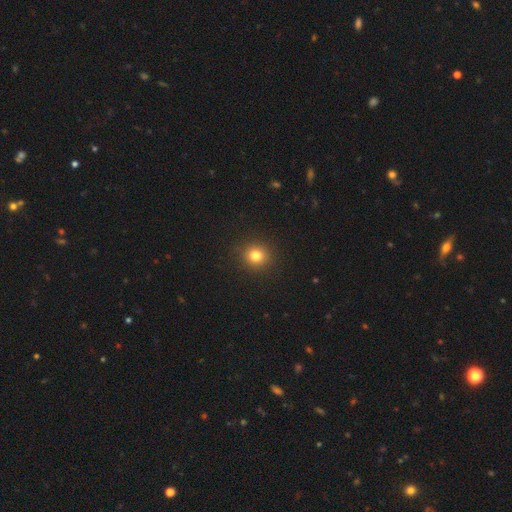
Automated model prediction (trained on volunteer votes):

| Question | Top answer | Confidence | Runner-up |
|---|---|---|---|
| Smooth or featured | smooth | 80% | star or artifact (14%) |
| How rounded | round | 90% | in between (9%) |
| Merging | none | 92% | minor disturbance (5%) |